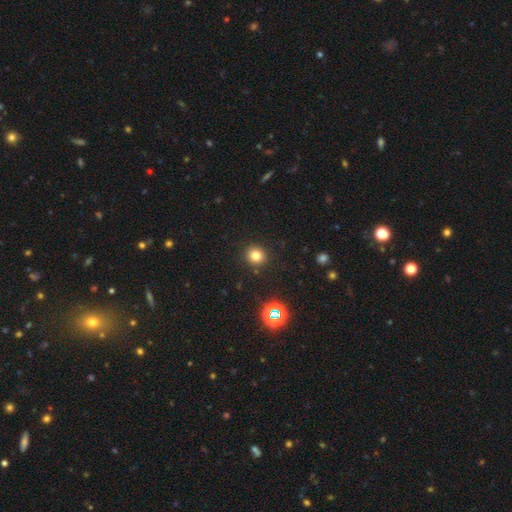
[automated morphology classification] The model was most divided on "smooth or featured": smooth: 76%, star or artifact: 17%, featured or disk: 7%. More confident: merging — none (90%); how rounded — round (89%).